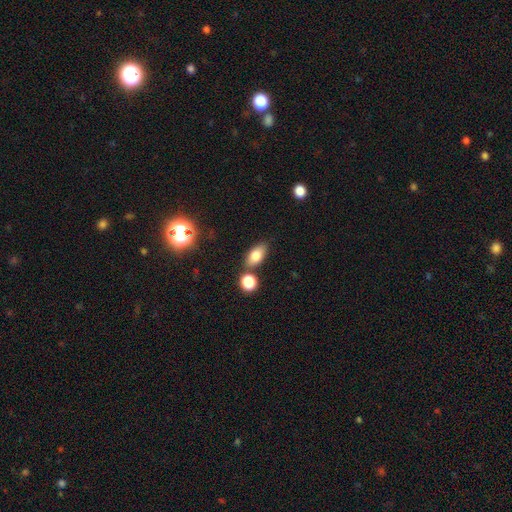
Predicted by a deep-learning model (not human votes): smooth 77%, featured or disk 13%, star or artifact 10%. Down the decision tree: how rounded — in between (85%); merging — none (75%).